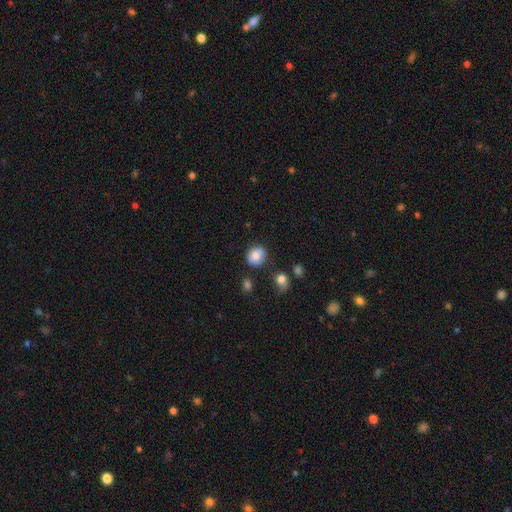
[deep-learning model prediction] smooth 79%, featured or disk 12%, star or artifact 9%. Down the decision tree: how rounded — round (81%); merging — none (77%).